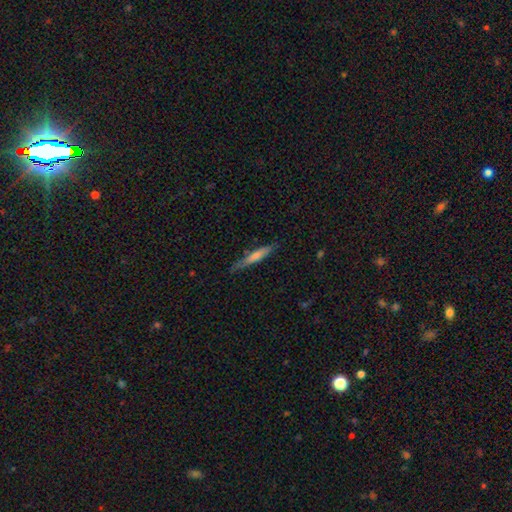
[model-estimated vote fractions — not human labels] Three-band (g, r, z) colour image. It shows a smooth galaxy with no disk features (54%) that is cigar-shaped (93%). Merging: none (79%).